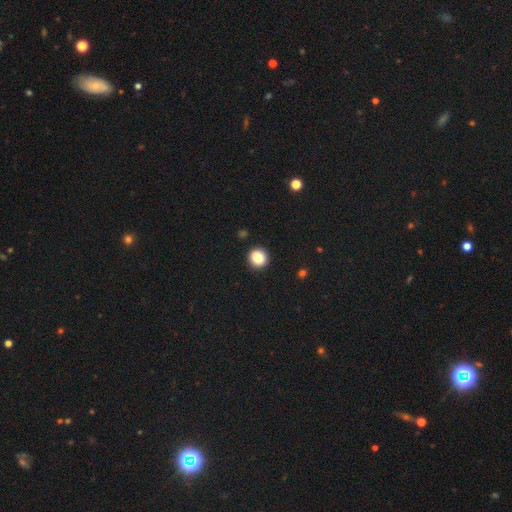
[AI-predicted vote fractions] Overall: smooth (83%). How rounded: round (77%). Merging: none (83%).